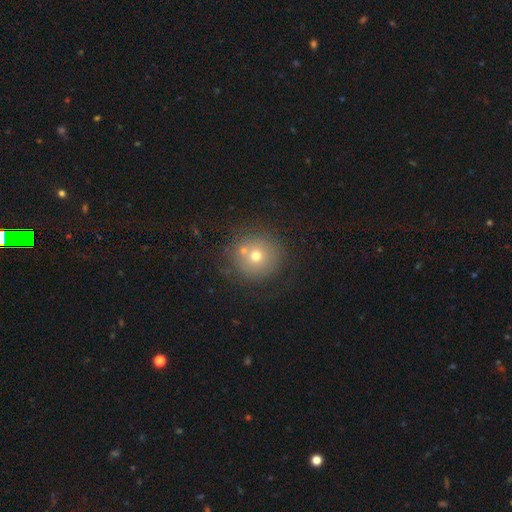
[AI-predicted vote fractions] This is likely a smooth galaxy (62%). How rounded: clearly round (95%). Merging: likely none (71%).